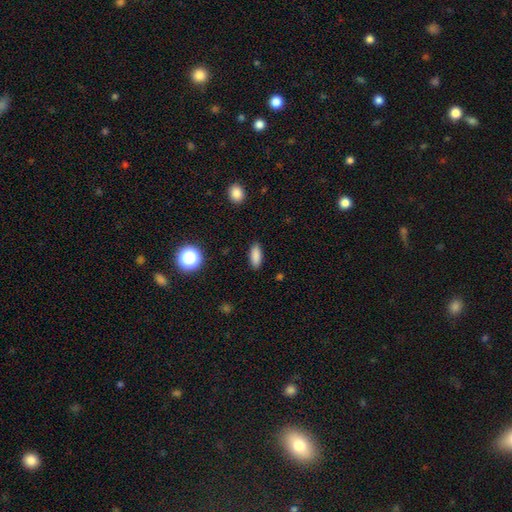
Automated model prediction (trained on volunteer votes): A smooth galaxy with no disk features (86%) that is in between round and cigar-shaped (75%).

Vote fractions:
- Smooth or featured? smooth: 86% / star or artifact: 9% / featured or disk: 5%
- How rounded? in between: 75% / cigar-shaped: 22% / round: 3%
- Merging? none: 88% / minor disturbance: 8% / major disturbance: 2% / merger: 1%